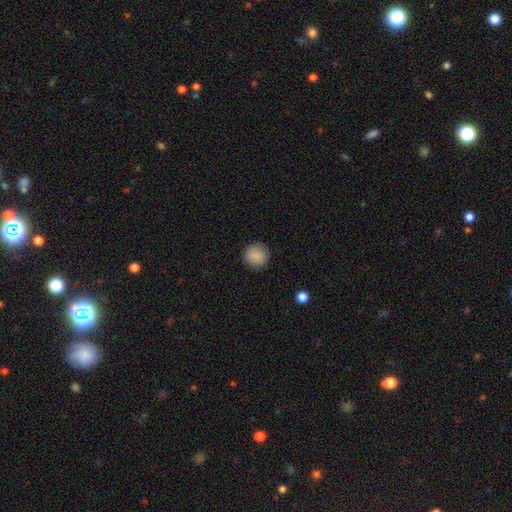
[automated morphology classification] A smooth galaxy with no disk features (88%) that is round (94%). Merging: none (91%).